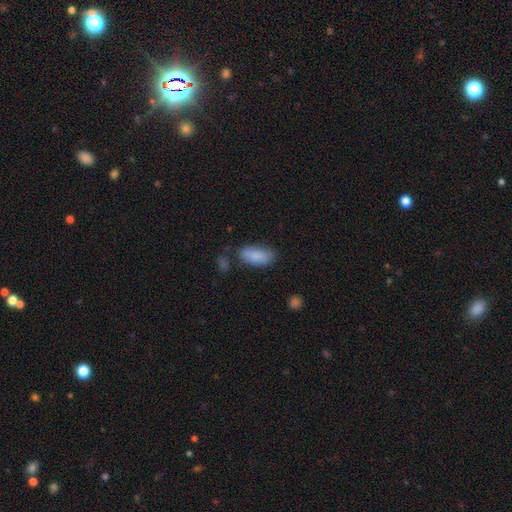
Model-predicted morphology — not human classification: Smooth or featured?
  - smooth: 87% *
  - featured or disk: 6%
  - star or artifact: 6%
How rounded?
  - in between: 89% *
  - cigar-shaped: 9%
  - round: 2%
Merging?
  - none: 71% *
  - minor disturbance: 18%
  - merger: 6%
  - major disturbance: 5%